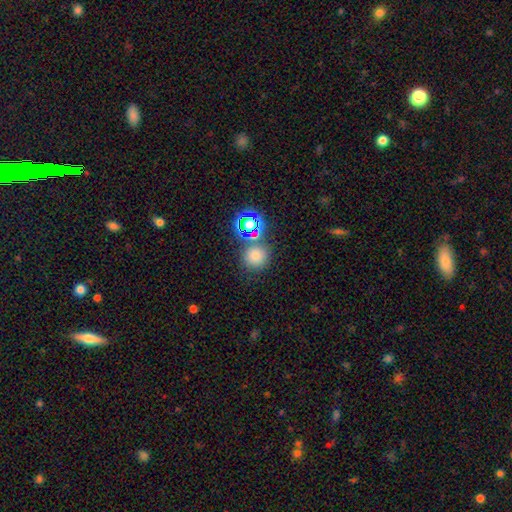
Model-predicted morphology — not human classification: Smooth or featured? Predicted: smooth (p=0.71). How rounded? Predicted: round (p=0.91). Merging? Predicted: none (p=0.71).